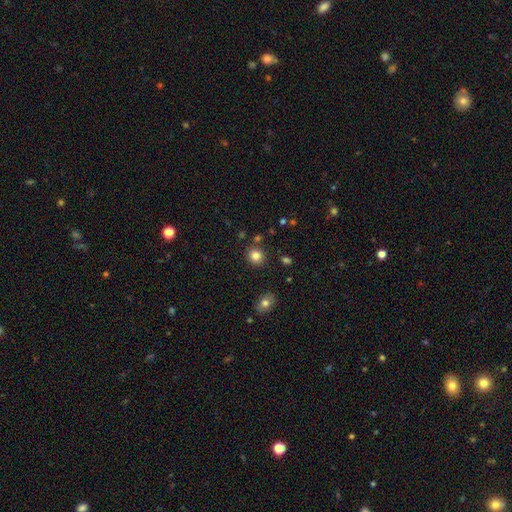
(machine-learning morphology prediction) A smooth galaxy with no disk features (83%) that is round (84%).

Vote fractions:
- Smooth or featured? smooth: 83% / star or artifact: 11% / featured or disk: 6%
- How rounded? round: 84% / in between: 15% / cigar-shaped: 1%
- Merging? none: 85% / minor disturbance: 8% / merger: 5% / major disturbance: 3%